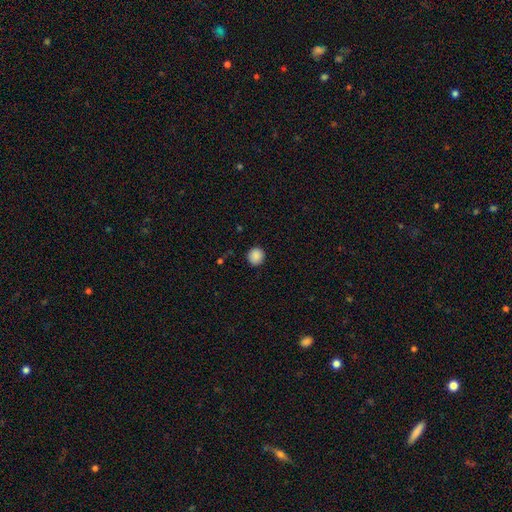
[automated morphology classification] Q: Smooth or featured?
A: smooth (88%); runner-up: star or artifact (9%)
Q: How rounded?
A: round (90%); runner-up: in between (9%)
Q: Merging?
A: none (90%); runner-up: minor disturbance (7%)